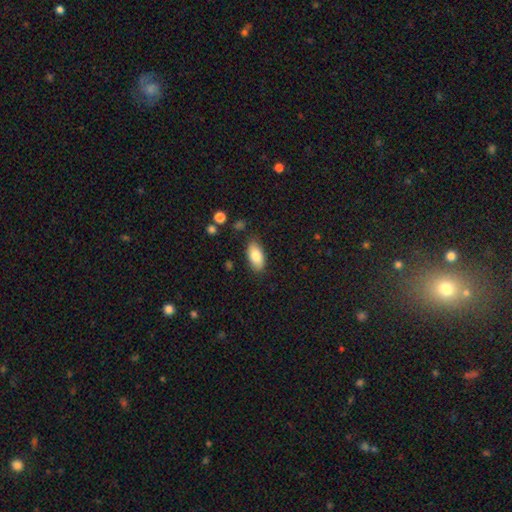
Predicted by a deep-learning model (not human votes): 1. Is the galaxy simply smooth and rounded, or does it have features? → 82% smooth, 11% featured or disk, 7% star or artifact.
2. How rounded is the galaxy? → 91% in between, 6% cigar-shaped, 3% round.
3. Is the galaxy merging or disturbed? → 83% none, 12% minor disturbance, 3% major disturbance, 2% merger.